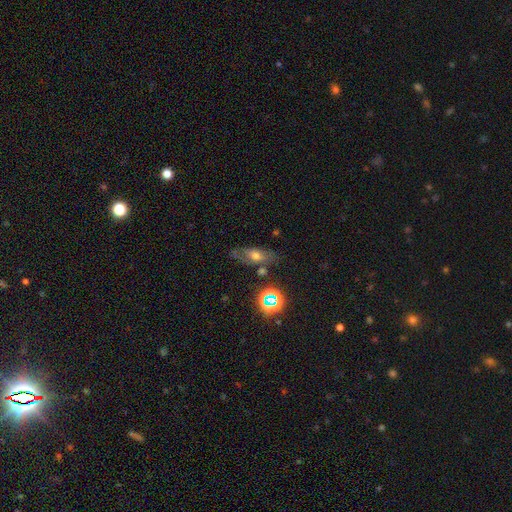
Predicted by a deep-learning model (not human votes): Smooth or featured?
  - smooth: 49% *
  - featured or disk: 33%
  - star or artifact: 18%
Merging?
  - none: 61% *
  - minor disturbance: 21%
  - major disturbance: 10%
  - merger: 9%